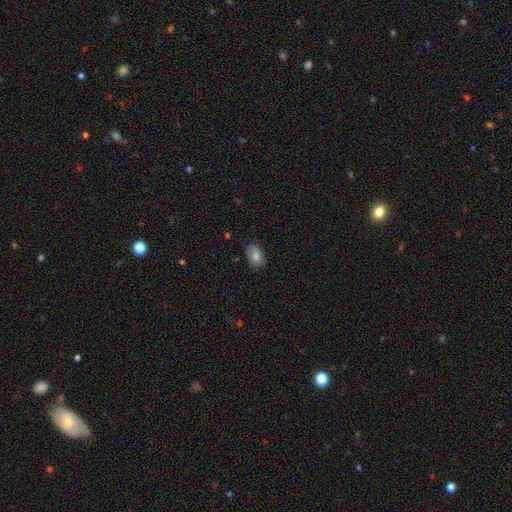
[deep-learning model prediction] This is likely a smooth galaxy (76%). How rounded: clearly in between (85%). Merging: likely none (76%).